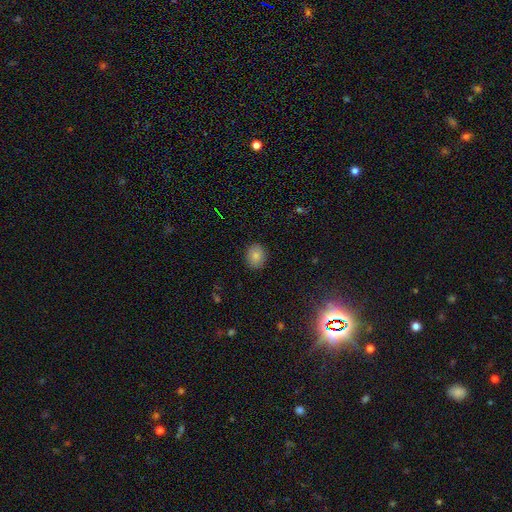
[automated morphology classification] Smooth or featured? smooth (81%)
How rounded? round (60%)
Merging? none (89%)